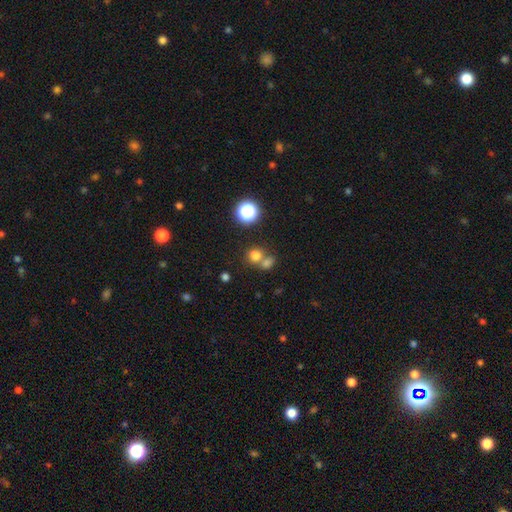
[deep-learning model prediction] This appears to be a smooth galaxy with no disk features (74%) that is round (76%). Merging: none (48%).